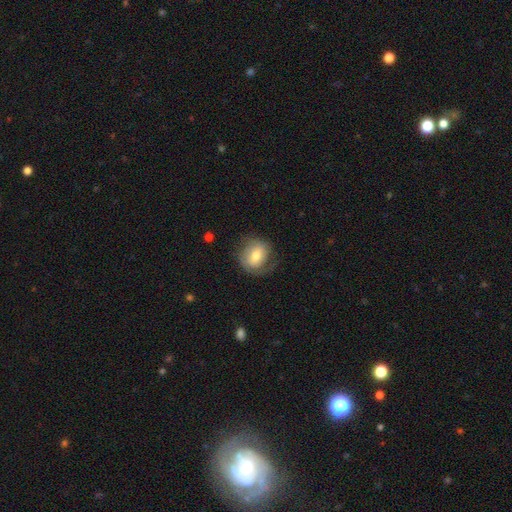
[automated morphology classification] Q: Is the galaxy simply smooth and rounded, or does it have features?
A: smooth — 58%.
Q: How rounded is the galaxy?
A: round — 65%.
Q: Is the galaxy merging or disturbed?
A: none — 62%.